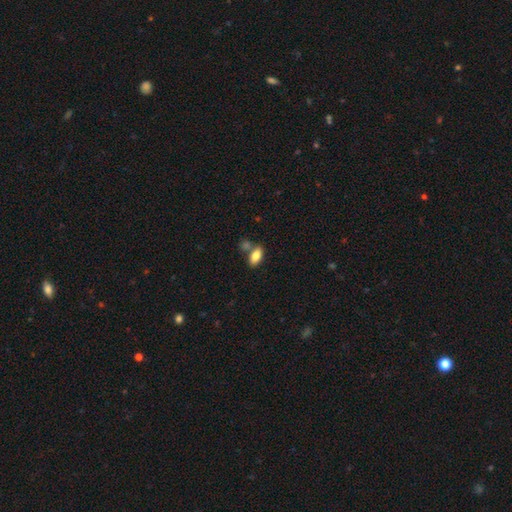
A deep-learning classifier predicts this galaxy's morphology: smooth-or-featured: smooth: 83% | featured or disk: 9% | star or artifact: 8%
  how-rounded: in between: 91% | cigar-shaped: 5% | round: 4%
  merging: none: 61% | merger: 23% | minor disturbance: 12% | major disturbance: 4%